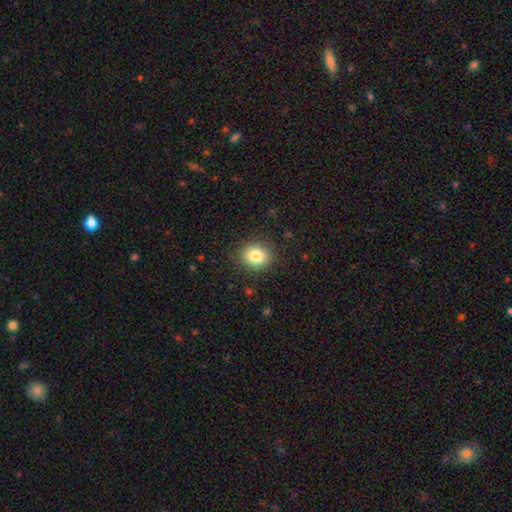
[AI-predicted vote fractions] This appears to be a smooth galaxy with no disk features (81%) that is round (74%). Merging: none (87%).